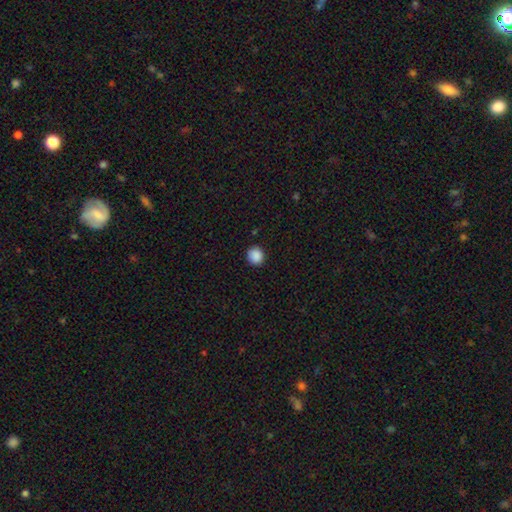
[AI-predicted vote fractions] This is clearly a smooth galaxy (88%). How rounded: clearly round (88%). Merging: clearly none (90%).